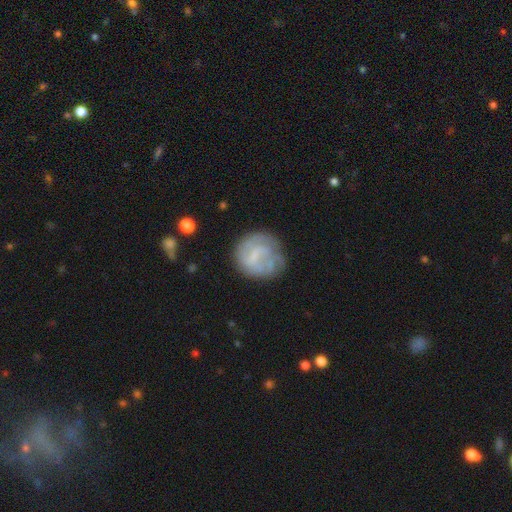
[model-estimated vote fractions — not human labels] Smooth or featured: featured or disk — 54% (smooth — 38%)
Edge-on disk: no — 98% (yes — 2%)
Bar: weak — 48% (no — 36%)
Spiral arms: yes — 60% (no — 40%)
Bulge size: none — 46% (small — 35%)
Merging: none — 61% (minor disturbance — 22%)